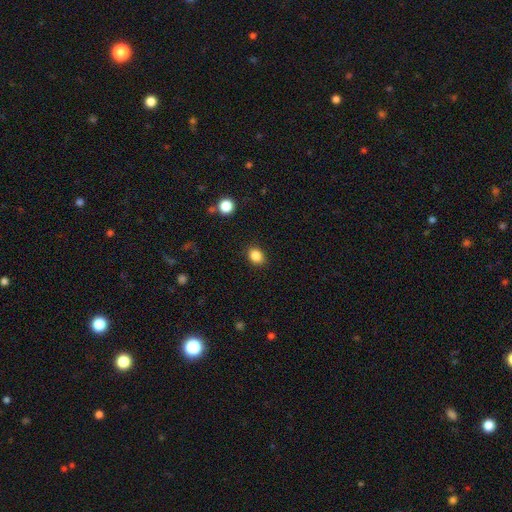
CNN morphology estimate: A smooth galaxy with no disk features (86%) that is in between round and cigar-shaped (53%).

Vote fractions:
- Smooth or featured? smooth: 86% / star or artifact: 10% / featured or disk: 4%
- How rounded? in between: 53% / round: 46% / cigar-shaped: 1%
- Merging? none: 86% / minor disturbance: 10% / major disturbance: 3% / merger: 1%